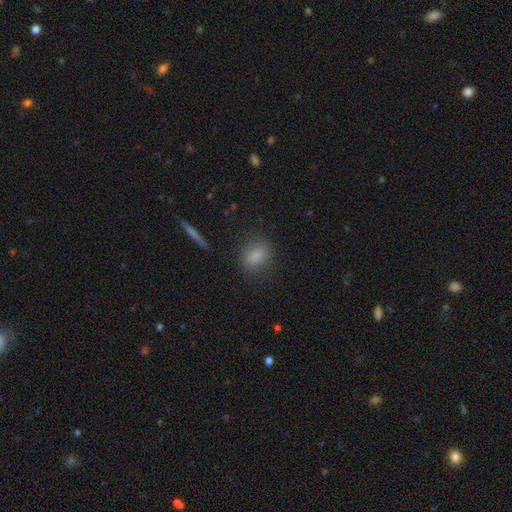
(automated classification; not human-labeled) A smooth galaxy with no disk features (83%) that is in between round and cigar-shaped (61%).

Vote fractions:
- Smooth or featured? smooth: 83% / star or artifact: 10% / featured or disk: 7%
- How rounded? in between: 61% / round: 36% / cigar-shaped: 3%
- Merging? none: 80% / minor disturbance: 14% / major disturbance: 5% / merger: 2%